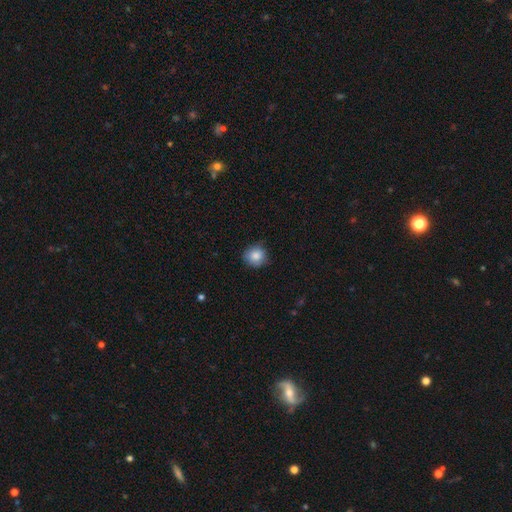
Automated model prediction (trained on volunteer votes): Overall: smooth (85%). How rounded: round (87%). Merging: none (76%).